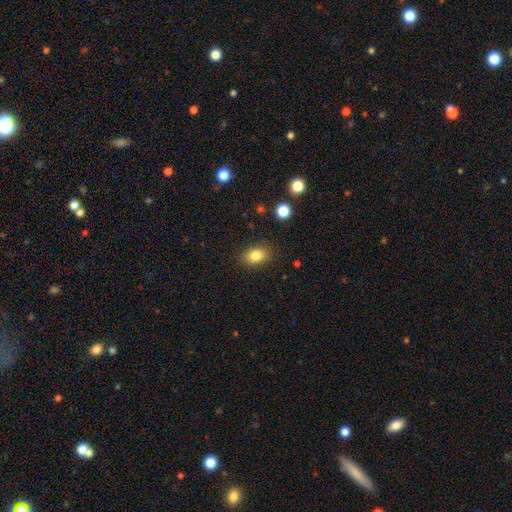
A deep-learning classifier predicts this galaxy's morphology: Smooth or featured?
  - smooth: 83% *
  - star or artifact: 10%
  - featured or disk: 7%
How rounded?
  - in between: 79% *
  - round: 20%
  - cigar-shaped: 1%
Merging?
  - none: 86% *
  - minor disturbance: 10%
  - major disturbance: 3%
  - merger: 1%